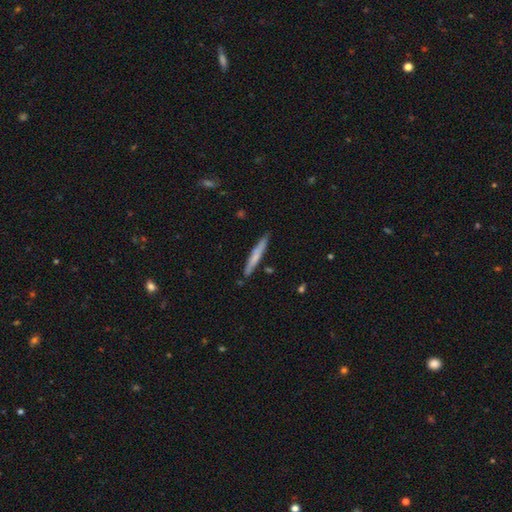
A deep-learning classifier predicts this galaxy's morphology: Smooth or featured? smooth (61%)
How rounded? cigar-shaped (96%)
Merging? none (87%)